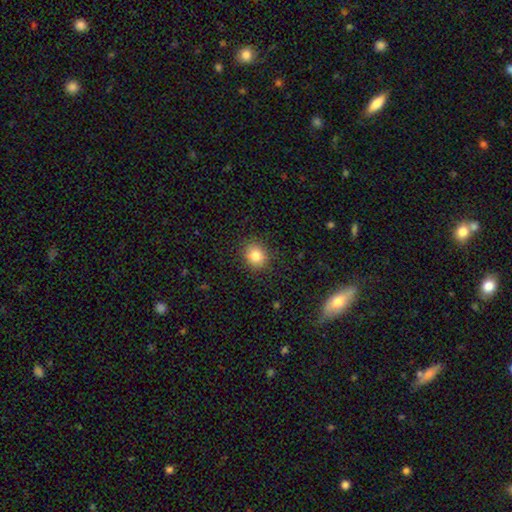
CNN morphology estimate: type=smooth (81%); roundness=round (76%); merging=none (88%).